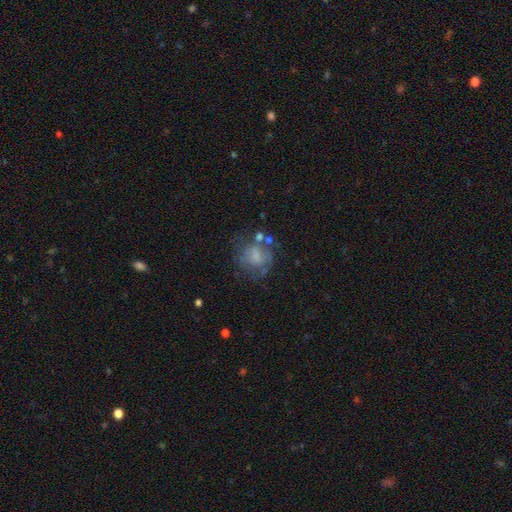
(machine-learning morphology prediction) This is possibly a smooth galaxy (47%). Merging: marginally none (44%).